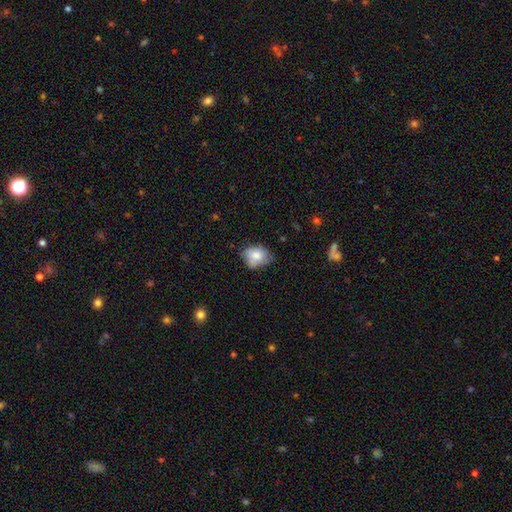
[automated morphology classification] This is likely a smooth galaxy (76%). How rounded: possibly in between (58%). Merging: possibly none (50%).